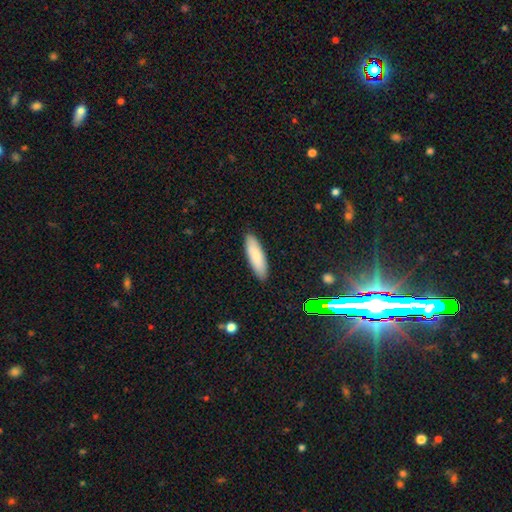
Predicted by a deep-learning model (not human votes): Smooth or featured? Predicted: smooth (p=0.84). How rounded? Predicted: cigar-shaped (p=0.56). Merging? Predicted: none (p=0.90).